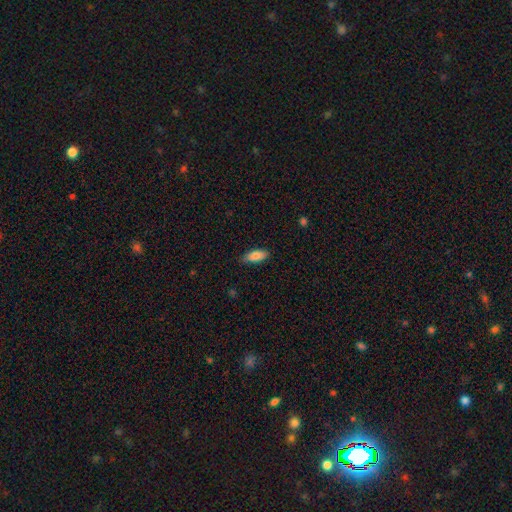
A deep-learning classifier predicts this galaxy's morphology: smooth-or-featured: smooth: 82% | featured or disk: 11% | star or artifact: 7%
  how-rounded: in between: 79% | cigar-shaped: 19% | round: 2%
  merging: none: 81% | minor disturbance: 15% | major disturbance: 2% | merger: 1%